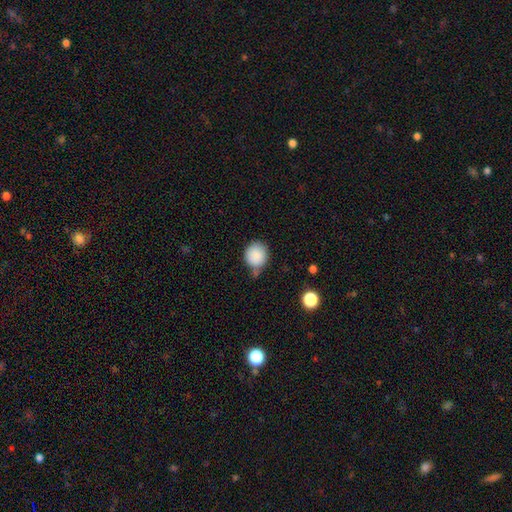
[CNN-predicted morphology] Smooth or featured?
  - smooth: 88% *
  - star or artifact: 8%
  - featured or disk: 4%
How rounded?
  - round: 83% *
  - in between: 16%
  - cigar-shaped: 1%
Merging?
  - none: 58% *
  - minor disturbance: 25%
  - merger: 11%
  - major disturbance: 7%